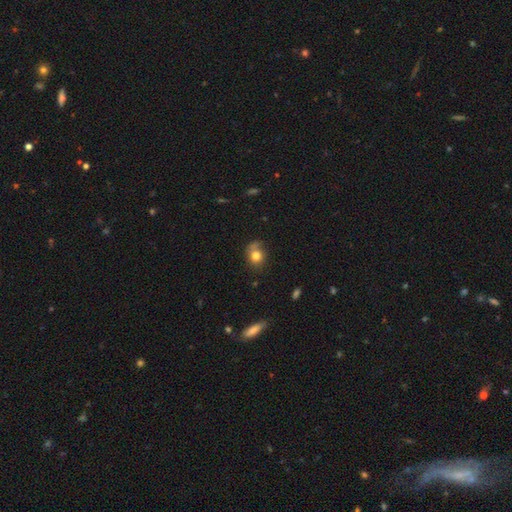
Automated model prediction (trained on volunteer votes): This appears to be a smooth galaxy with no disk features (76%) that is round (67%). Merging: none (56%).